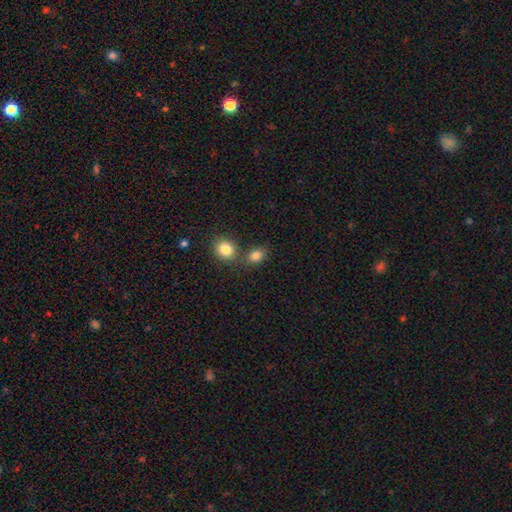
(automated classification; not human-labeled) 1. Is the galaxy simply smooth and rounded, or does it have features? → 83% smooth, 11% star or artifact, 6% featured or disk.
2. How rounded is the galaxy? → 50% round, 48% in between, 1% cigar-shaped.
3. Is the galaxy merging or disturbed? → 60% none, 25% merger, 11% minor disturbance, 4% major disturbance.